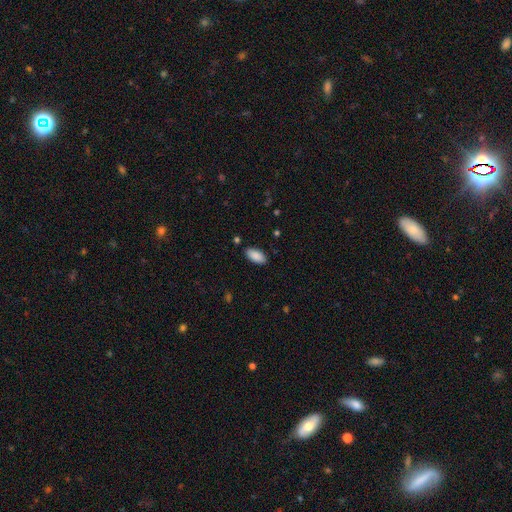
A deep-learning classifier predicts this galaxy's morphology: smooth-or-featured: smooth: 89% | star or artifact: 7% | featured or disk: 4%
  how-rounded: in between: 92% | cigar-shaped: 6% | round: 2%
  merging: none: 87% | minor disturbance: 9% | major disturbance: 2% | merger: 1%